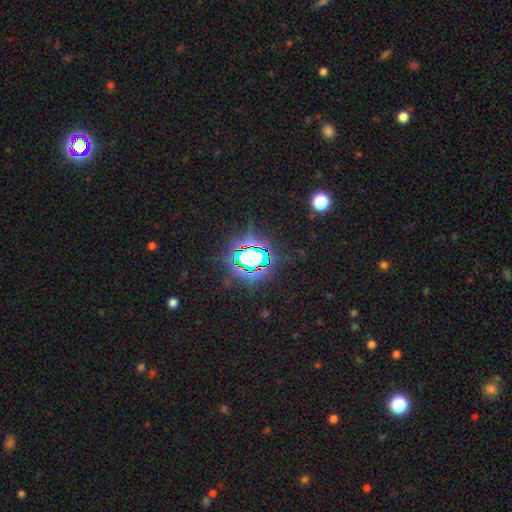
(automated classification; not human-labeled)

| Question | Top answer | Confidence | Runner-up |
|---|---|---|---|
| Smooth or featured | star or artifact | 80% | smooth (12%) |